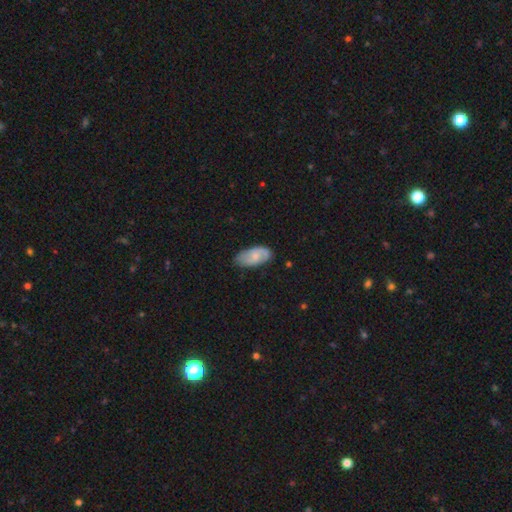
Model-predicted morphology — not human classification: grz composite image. It shows a smooth galaxy with no disk features (51%) that is in between round and cigar-shaped (92%). Merging: none (68%).